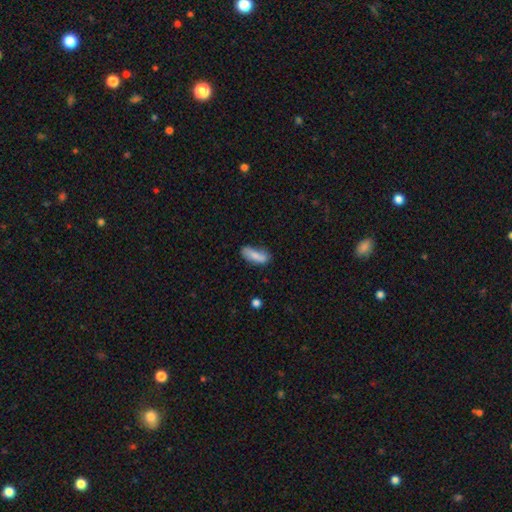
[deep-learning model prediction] A smooth galaxy with no disk features (80%) that is in between round and cigar-shaped (67%).

Vote fractions:
- Smooth or featured? smooth: 80% / featured or disk: 13% / star or artifact: 7%
- How rounded? in between: 67% / cigar-shaped: 30% / round: 2%
- Merging? none: 63% / minor disturbance: 26% / major disturbance: 6% / merger: 5%